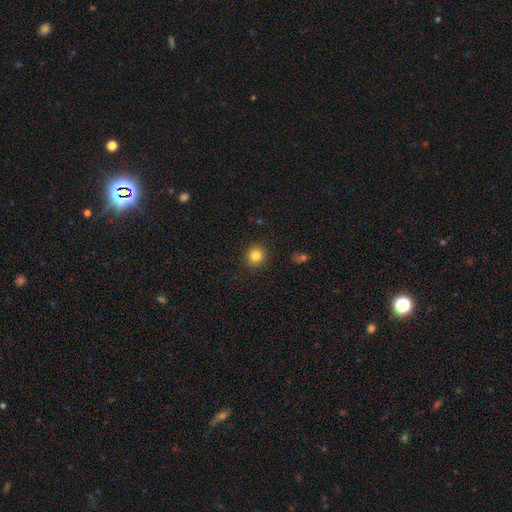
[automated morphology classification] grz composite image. It shows a smooth galaxy with no disk features (84%) that is round (90%). Merging: none (90%).